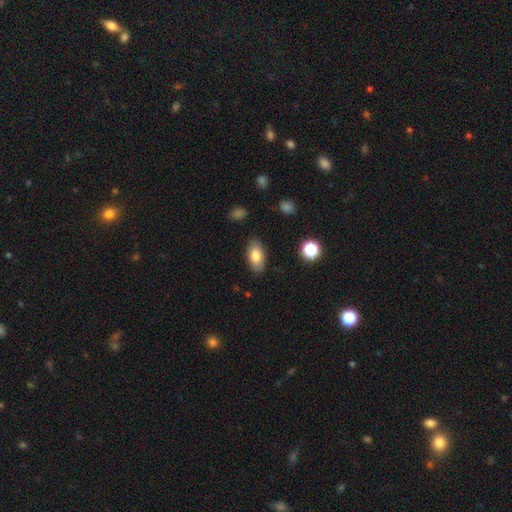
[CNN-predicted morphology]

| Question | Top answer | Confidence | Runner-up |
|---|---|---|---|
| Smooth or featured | smooth | 78% | featured or disk (14%) |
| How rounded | in between | 92% | round (4%) |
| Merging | none | 85% | minor disturbance (11%) |